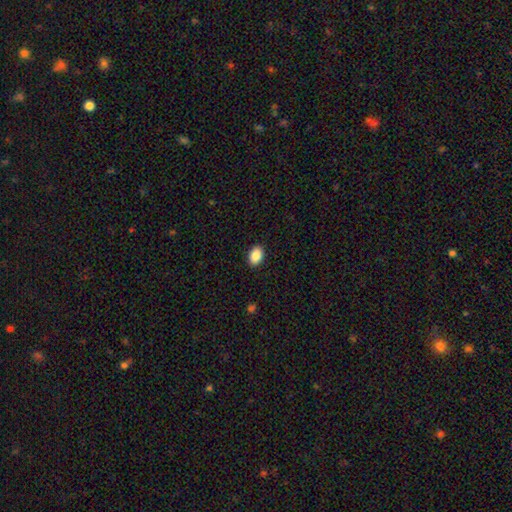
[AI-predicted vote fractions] smooth_or_featured: smooth (p=0.88) [alt: star or artifact p=0.08]
how_rounded: in between (p=0.81) [alt: round p=0.18]
merging: none (p=0.90) [alt: minor disturbance p=0.07]